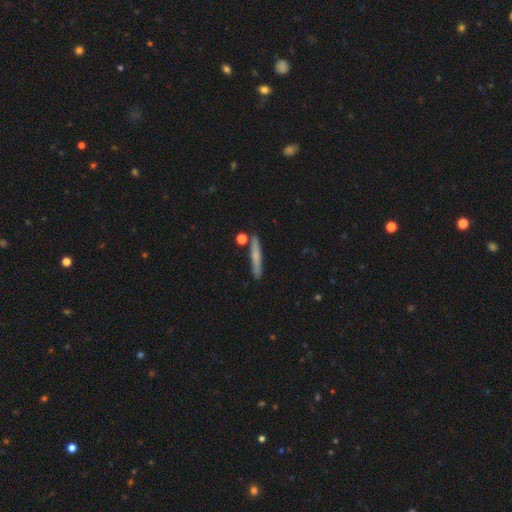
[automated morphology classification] A smooth galaxy with no disk features (61%) that is cigar-shaped (94%).

Vote fractions:
- Smooth or featured? smooth: 61% / featured or disk: 32% / star or artifact: 7%
- How rounded? cigar-shaped: 94% / in between: 4% / round: 2%
- Merging? none: 84% / minor disturbance: 10% / merger: 5% / major disturbance: 2%